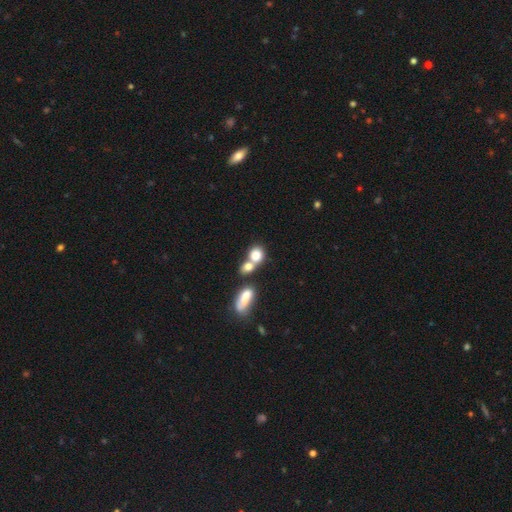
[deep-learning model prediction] A smooth galaxy with no disk features (80%) that is round (65%). Merging: merger (50%).